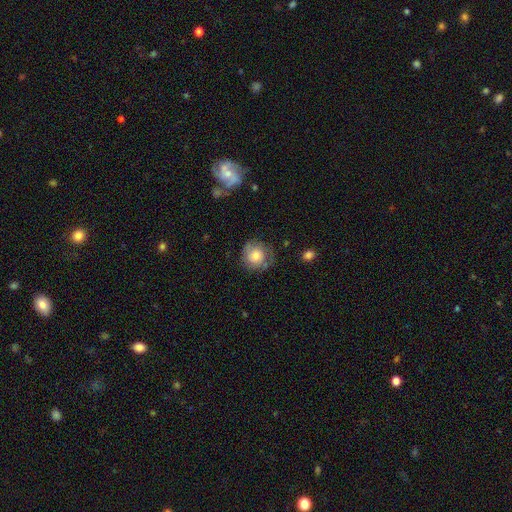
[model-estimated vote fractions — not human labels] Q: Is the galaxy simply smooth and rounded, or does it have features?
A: smooth — 51%.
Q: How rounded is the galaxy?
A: round — 88%.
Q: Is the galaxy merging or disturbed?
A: none — 70%.